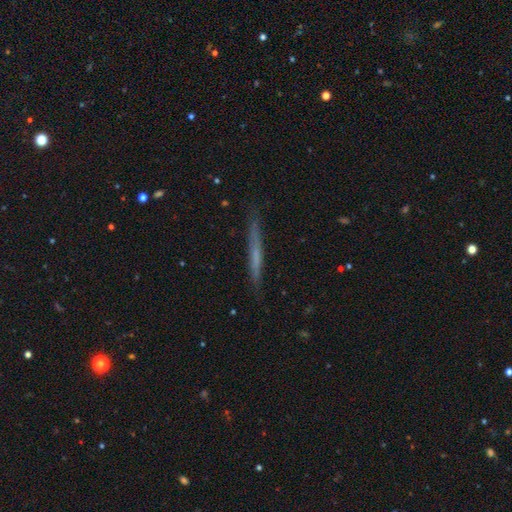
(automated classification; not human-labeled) Morphology: type=smooth (47%, tied with featured or disk); merging=none (87%).